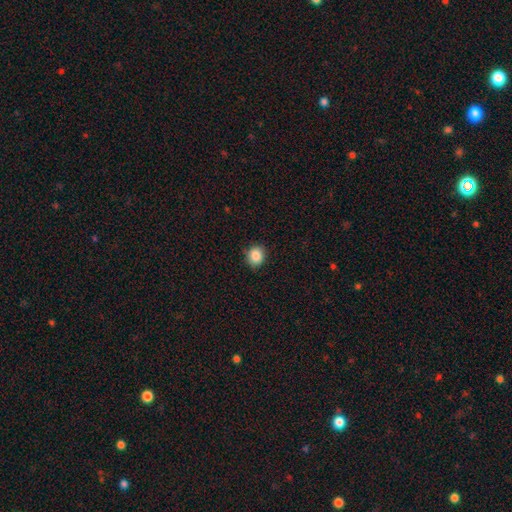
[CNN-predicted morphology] Smooth or featured?
  - smooth: 86% *
  - star or artifact: 10%
  - featured or disk: 4%
How rounded?
  - round: 72% *
  - in between: 27%
  - cigar-shaped: 1%
Merging?
  - none: 85% *
  - minor disturbance: 12%
  - major disturbance: 2%
  - merger: 1%